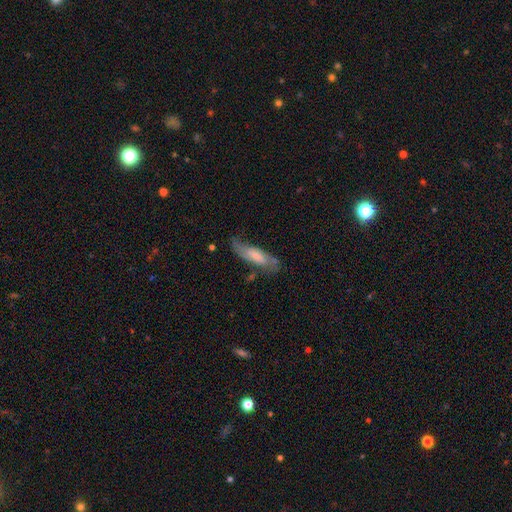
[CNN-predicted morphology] A featured or disk galaxy (50%). Merging: none (61%).